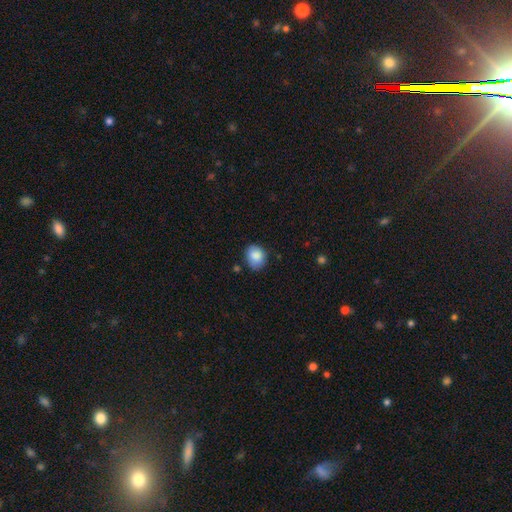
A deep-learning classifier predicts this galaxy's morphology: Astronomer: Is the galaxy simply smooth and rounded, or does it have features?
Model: smooth — 86%.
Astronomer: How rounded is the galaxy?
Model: round — 55% (runner-up: in between, 44%).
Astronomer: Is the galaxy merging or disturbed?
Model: none — 74%.